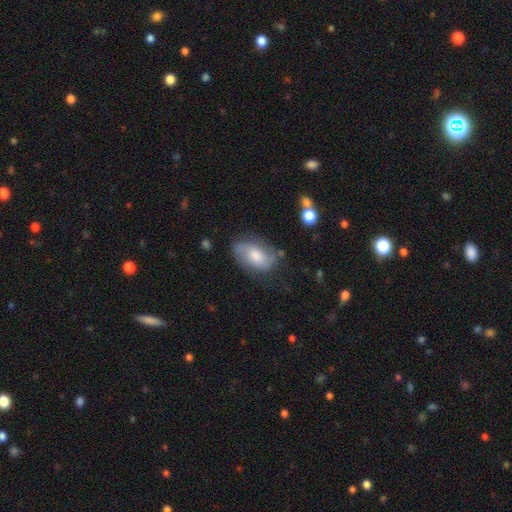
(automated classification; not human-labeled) This appears to be a featured or disk galaxy (59%) with no bar (58%), spiral arms (88%) and a moderate central bulge (49%). Merging: none (66%).